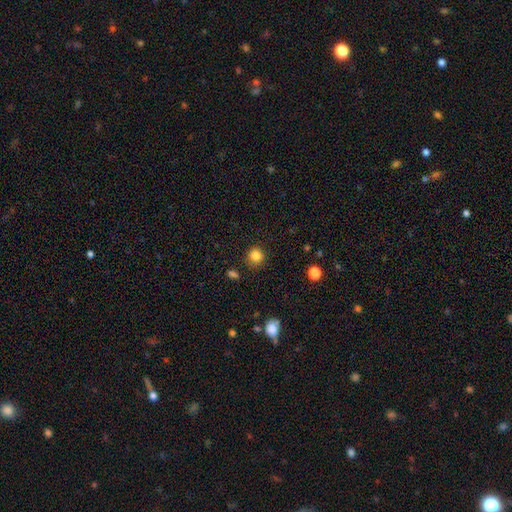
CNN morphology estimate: Q: Smooth or featured?
A: smooth (84%); runner-up: star or artifact (12%)
Q: How rounded?
A: round (91%); runner-up: in between (8%)
Q: Merging?
A: none (88%); runner-up: minor disturbance (8%)